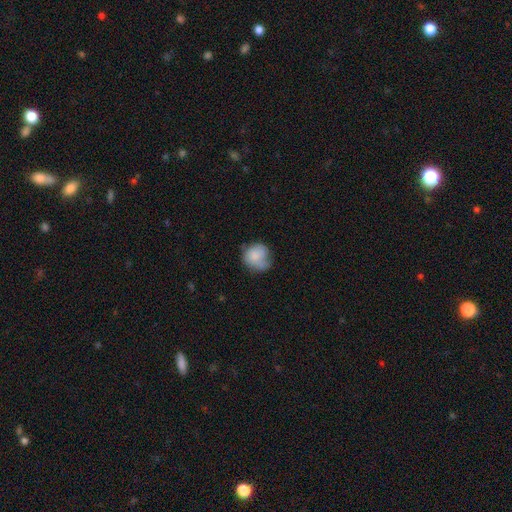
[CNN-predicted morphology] This appears to be a smooth galaxy with no disk features (76%) that is round (78%). Merging: none (44%).